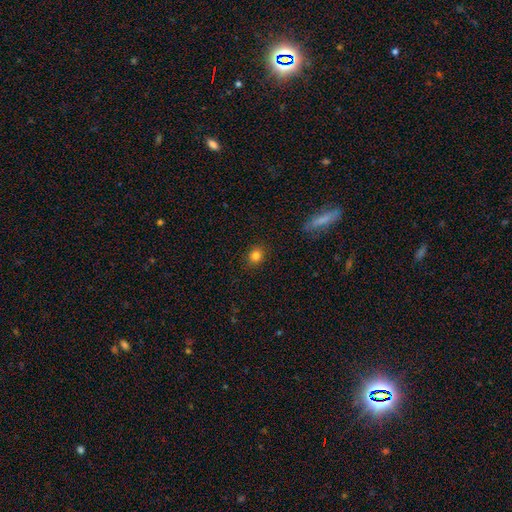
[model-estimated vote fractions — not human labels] Overall: smooth (82%). How rounded: round (75%). Merging: none (90%).